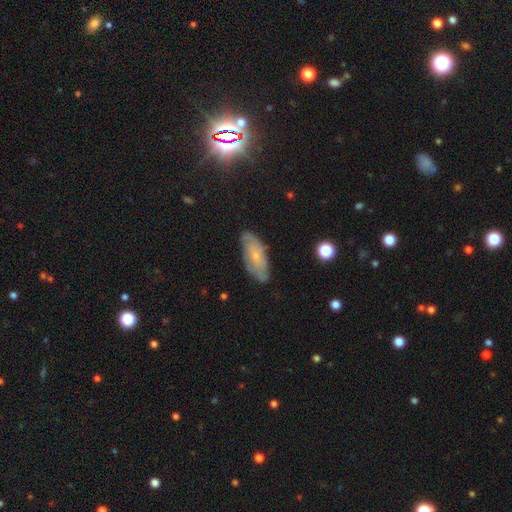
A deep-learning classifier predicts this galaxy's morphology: Smooth or featured: featured or disk — 52% (smooth — 40%)
Edge-on disk: no — 85% (yes — 15%)
Merging: none — 73% (minor disturbance — 20%)